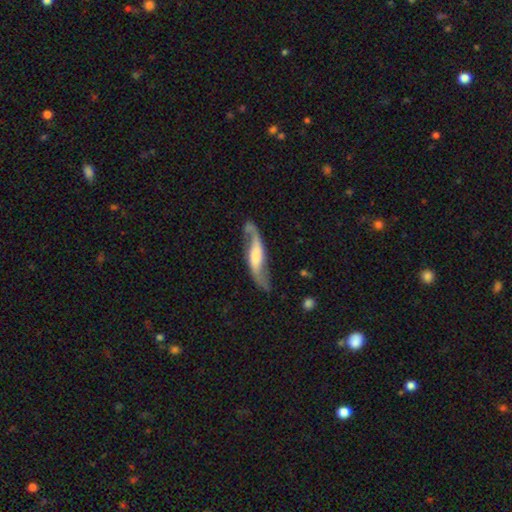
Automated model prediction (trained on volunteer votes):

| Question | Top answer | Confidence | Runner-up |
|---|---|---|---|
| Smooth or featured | featured or disk | 79% | smooth (15%) |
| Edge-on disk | no | 84% | yes (16%) |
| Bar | no | 40% | weak (35%) |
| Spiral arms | yes | 94% | no (6%) |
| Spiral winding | loose | 80% | medium (15%) |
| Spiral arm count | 2 | 90% | 1 (5%) |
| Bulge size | none | 28% | large (26%) |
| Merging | none | 66% | minor disturbance (19%) |